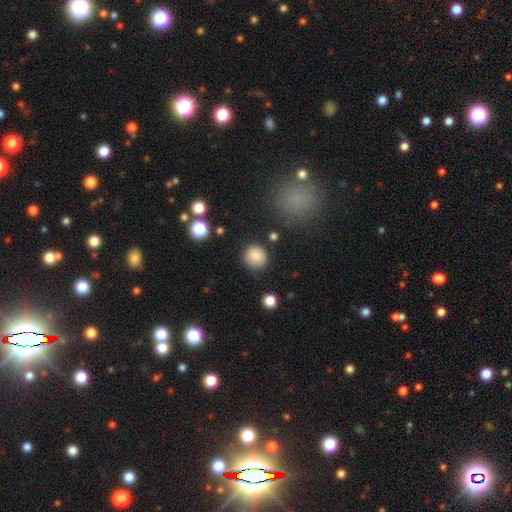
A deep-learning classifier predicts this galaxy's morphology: A smooth galaxy with no disk features (84%) that is round (92%).

Vote fractions:
- Smooth or featured? smooth: 84% / star or artifact: 9% / featured or disk: 7%
- How rounded? round: 92% / in between: 7% / cigar-shaped: 1%
- Merging? none: 85% / minor disturbance: 9% / major disturbance: 3% / merger: 2%